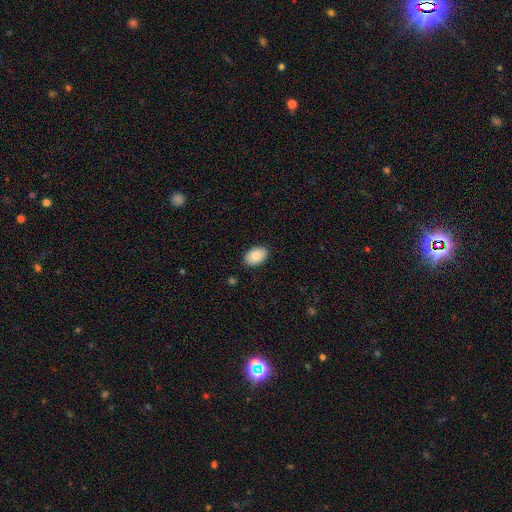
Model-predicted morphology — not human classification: Q: Smooth or featured?
A: smooth (82%); runner-up: featured or disk (11%)
Q: How rounded?
A: in between (88%); runner-up: round (11%)
Q: Merging?
A: none (88%); runner-up: minor disturbance (9%)